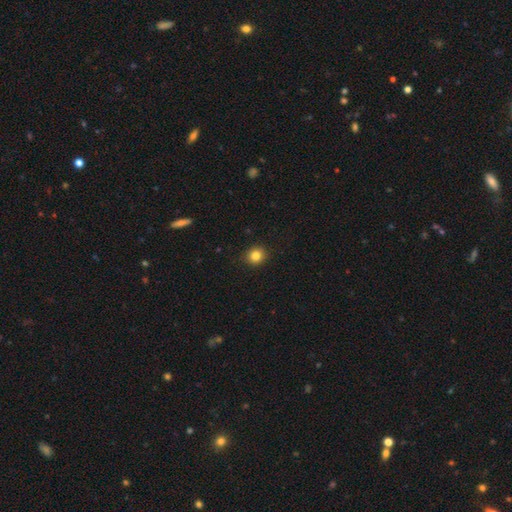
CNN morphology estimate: This is clearly a smooth galaxy (83%). How rounded: clearly round (83%). Merging: clearly none (91%).